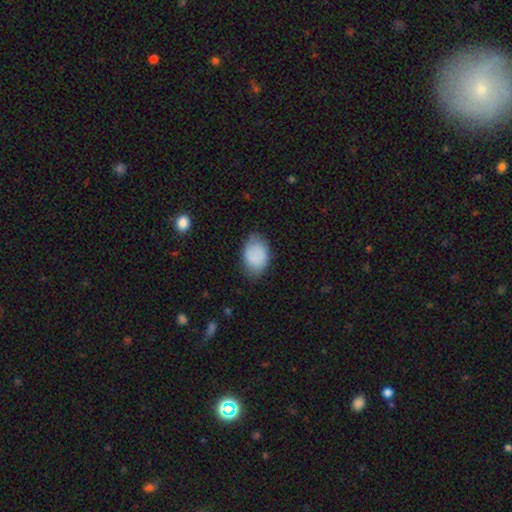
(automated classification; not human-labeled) smooth 84%, featured or disk 10%, star or artifact 7%. Down the decision tree: how rounded — in between (85%); merging — none (69%).